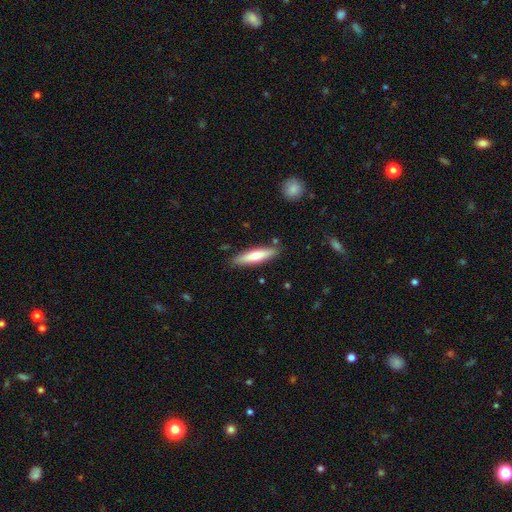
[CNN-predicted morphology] smooth-or-featured: smooth: 67% | featured or disk: 28% | star or artifact: 5%
  how-rounded: cigar-shaped: 81% | in between: 18% | round: 1%
  merging: none: 86% | minor disturbance: 10% | merger: 2% | major disturbance: 2%